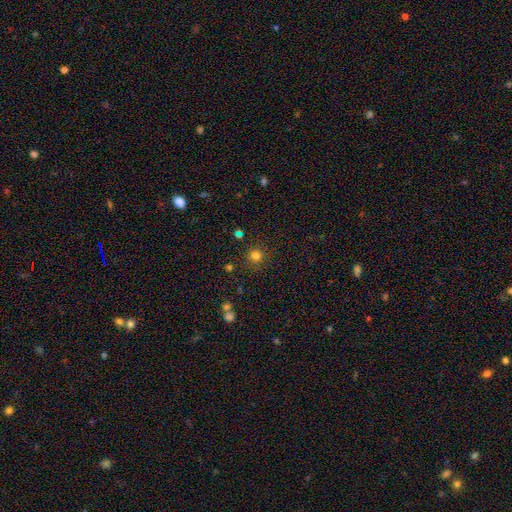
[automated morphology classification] smooth-or-featured: smooth: 78% | star or artifact: 17% | featured or disk: 5%
  how-rounded: round: 93% | in between: 6% | cigar-shaped: 1%
  merging: none: 86% | minor disturbance: 8% | major disturbance: 3% | merger: 3%